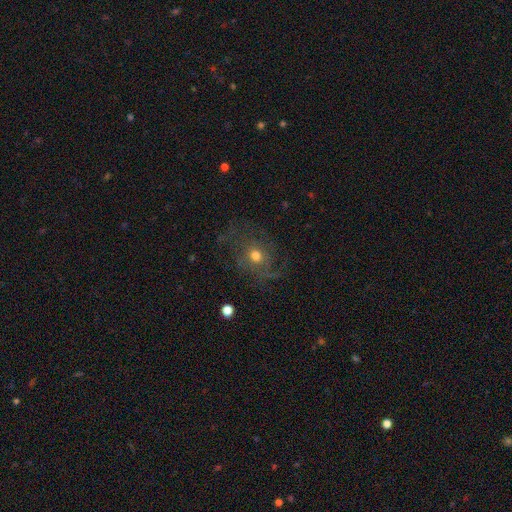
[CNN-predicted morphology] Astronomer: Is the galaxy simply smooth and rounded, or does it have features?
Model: featured or disk — 58%.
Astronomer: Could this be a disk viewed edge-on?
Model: no — 96%.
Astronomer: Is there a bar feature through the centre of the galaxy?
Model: no — 81%.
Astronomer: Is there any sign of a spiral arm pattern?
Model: yes — 78%.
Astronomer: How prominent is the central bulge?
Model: moderate — 63%.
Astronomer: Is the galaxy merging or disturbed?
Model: none — 60%.